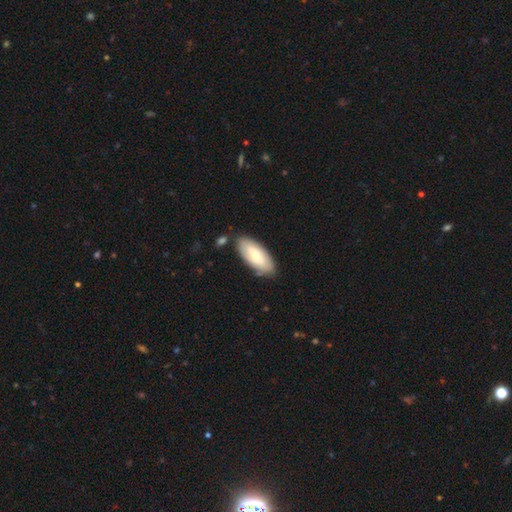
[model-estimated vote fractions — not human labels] Smooth or featured? smooth (68%)
How rounded? in between (87%)
Merging? none (81%)